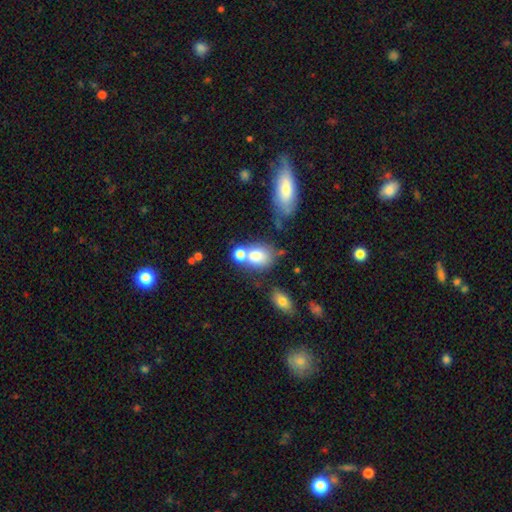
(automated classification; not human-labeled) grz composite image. It shows a smooth galaxy with no disk features (75%) that is in between round and cigar-shaped (55%). Merging: merger (46%).